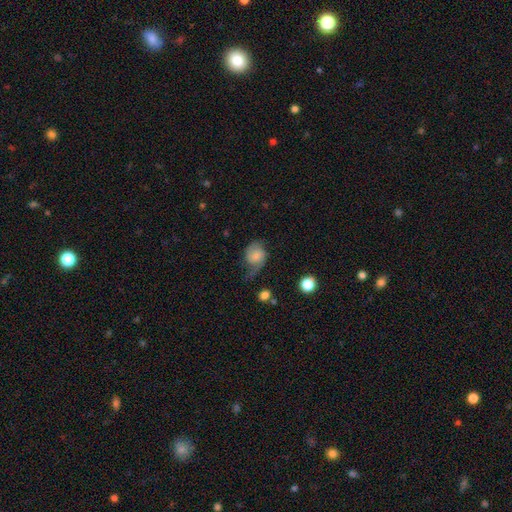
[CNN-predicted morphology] type=smooth (54%); roundness=round (52%); merging=none (37%).